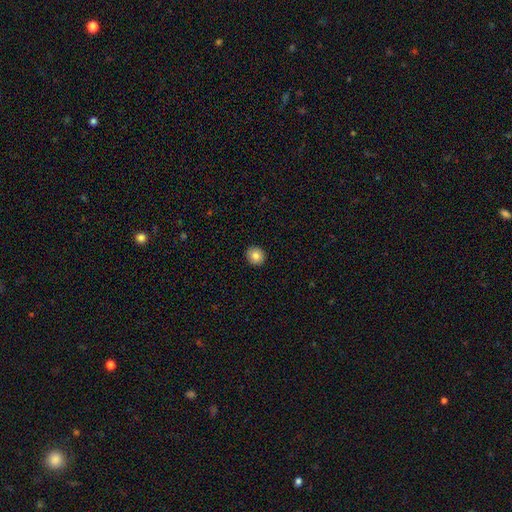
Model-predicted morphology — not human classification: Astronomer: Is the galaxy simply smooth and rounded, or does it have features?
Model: smooth — 83%.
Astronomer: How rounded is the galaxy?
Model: round — 91%.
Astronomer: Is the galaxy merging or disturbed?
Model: none — 93%.